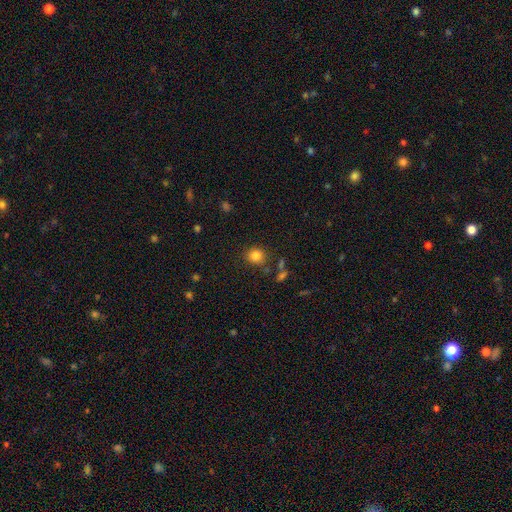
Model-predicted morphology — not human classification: This is clearly a smooth galaxy (83%). How rounded: clearly round (82%). Merging: clearly none (81%).